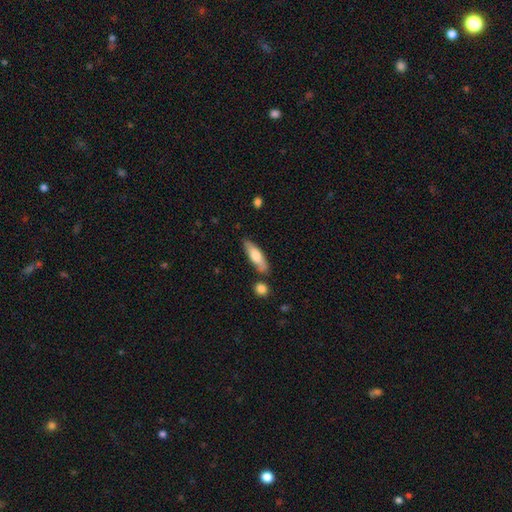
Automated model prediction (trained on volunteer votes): Overall: smooth (68%). How rounded: cigar-shaped (56%; in between 42%). Merging: none (76%).